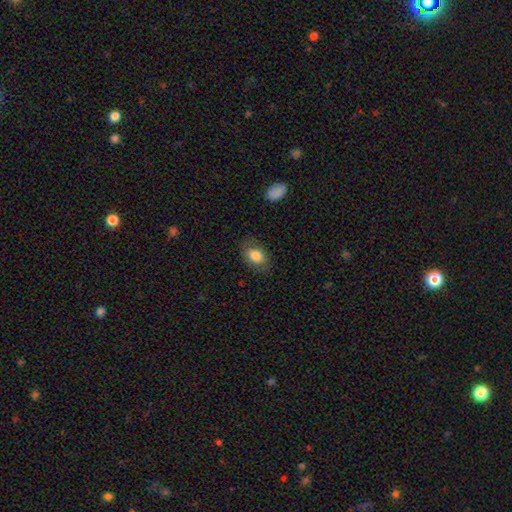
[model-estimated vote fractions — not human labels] smooth_or_featured: smooth (p=0.80) [alt: featured or disk p=0.12]
how_rounded: in between (p=0.75) [alt: round p=0.24]
merging: none (p=0.77) [alt: minor disturbance p=0.16]